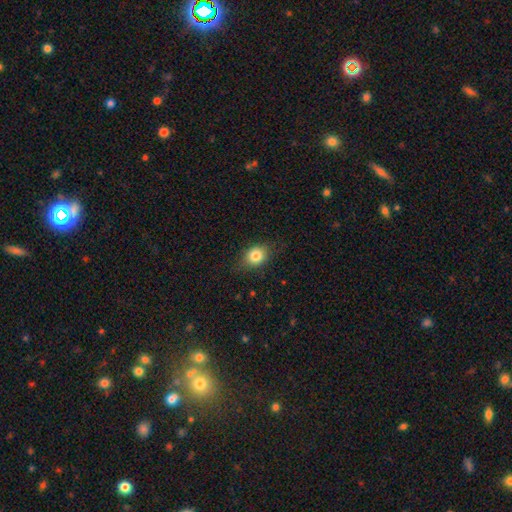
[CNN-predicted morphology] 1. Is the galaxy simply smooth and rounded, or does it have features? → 81% smooth, 9% star or artifact, 9% featured or disk.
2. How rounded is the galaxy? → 54% round, 44% in between, 2% cigar-shaped.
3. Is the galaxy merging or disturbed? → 78% none, 17% minor disturbance, 4% major disturbance, 1% merger.